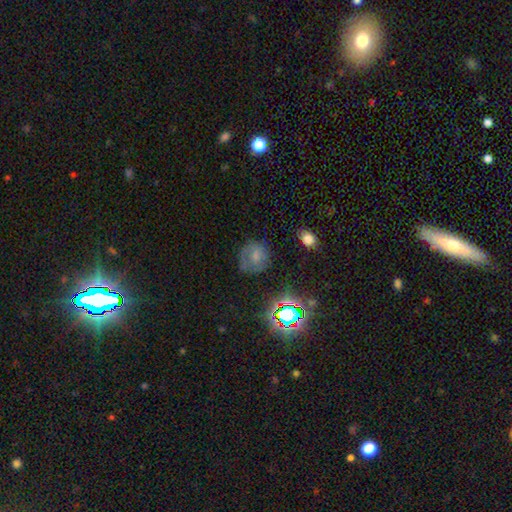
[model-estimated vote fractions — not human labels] smooth-or-featured: smooth: 54% | featured or disk: 29% | star or artifact: 17%
  how-rounded: round: 77% | in between: 22% | cigar-shaped: 1%
  merging: none: 61% | minor disturbance: 23% | major disturbance: 14% | merger: 2%